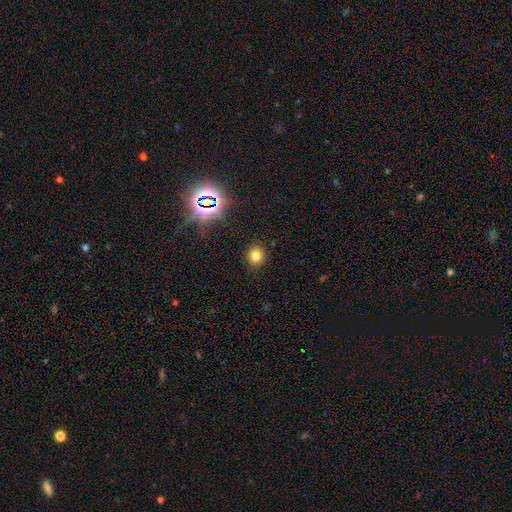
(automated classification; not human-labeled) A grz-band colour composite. It shows a smooth galaxy with no disk features (75%) that is round (79%). Merging: none (89%).